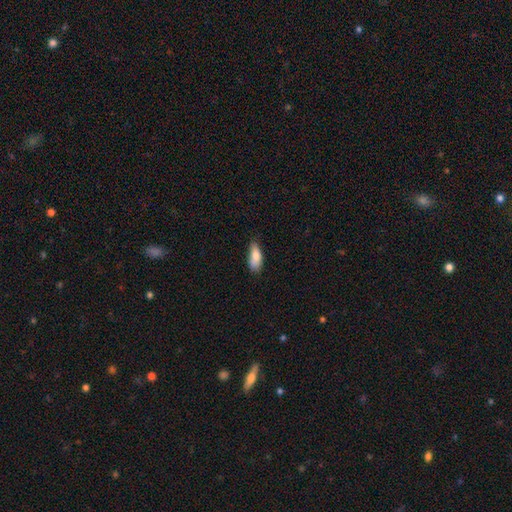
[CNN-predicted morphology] Smooth or featured?
  - smooth: 80% *
  - featured or disk: 13%
  - star or artifact: 7%
How rounded?
  - in between: 77% *
  - cigar-shaped: 21%
  - round: 3%
Merging?
  - none: 63% *
  - minor disturbance: 29%
  - major disturbance: 5%
  - merger: 2%